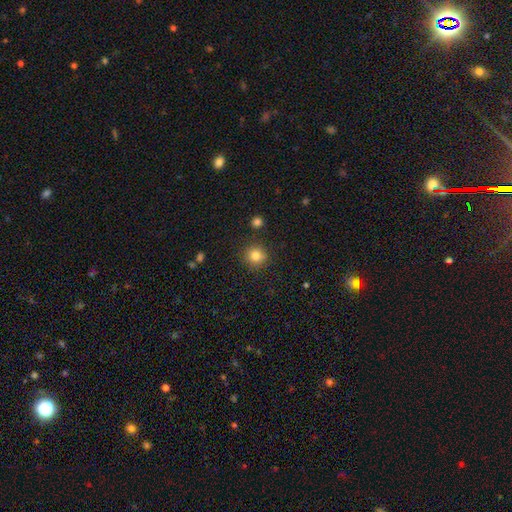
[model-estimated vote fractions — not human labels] smooth-or-featured: smooth: 82% | star or artifact: 12% | featured or disk: 7%
  how-rounded: round: 90% | in between: 9% | cigar-shaped: 1%
  merging: none: 87% | minor disturbance: 8% | merger: 3% | major disturbance: 2%